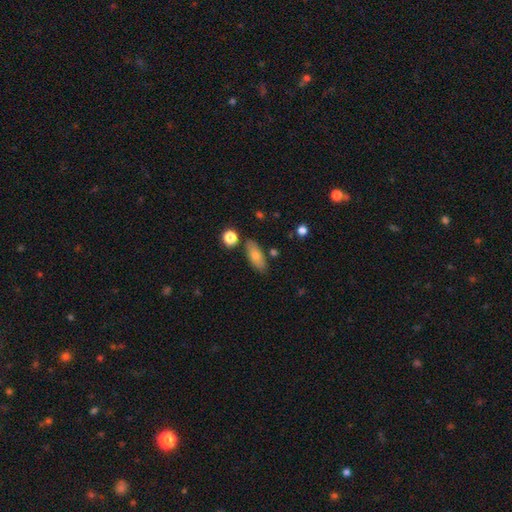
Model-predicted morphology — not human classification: Overall: smooth (73%). How rounded: in between (78%). Merging: none (78%).